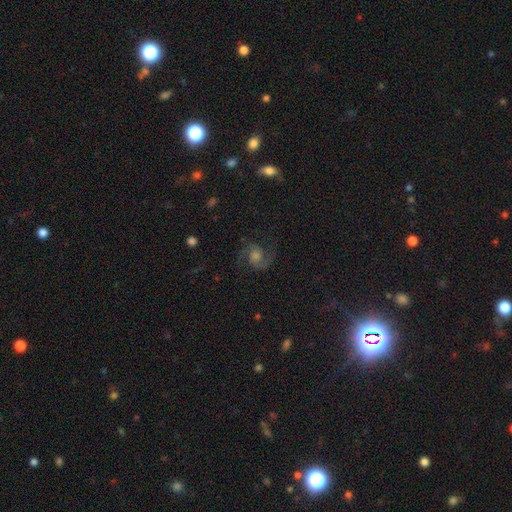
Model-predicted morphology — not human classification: A featured or disk galaxy (82%) with no bar (62%), 2 (92%) medium (60%) spiral arms (97%) and a moderate central bulge (49%).

Vote fractions:
- Smooth or featured? featured or disk: 82% / star or artifact: 10% / smooth: 7%
- Edge-on disk? no: 98% / yes: 2%
- Bar? no: 62% / weak: 32% / strong: 6%
- Spiral arms? yes: 97% / no: 3%
- Spiral winding? medium: 60% / loose: 21% / tight: 19%
- Spiral arm count? 2: 92% / can't tell: 3% / 1: 2% / 3: 2% / 4: 1% / more than 4: 1%
- Bulge size? moderate: 49% / small: 27% / large: 14% / none: 7% / dominant: 2%
- Merging? none: 80% / minor disturbance: 12% / major disturbance: 7% / merger: 1%